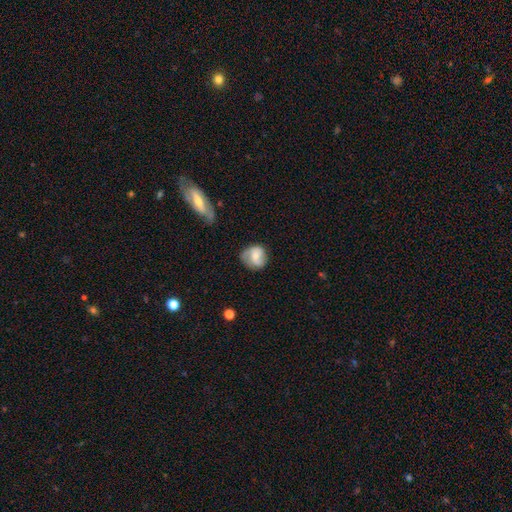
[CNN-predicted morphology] A smooth galaxy with no disk features (48%). Merging: none (65%).